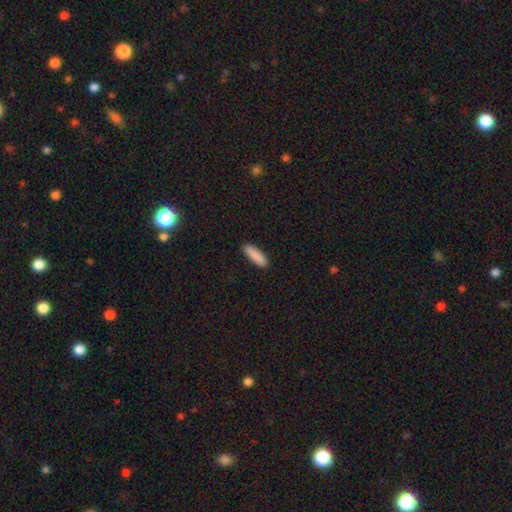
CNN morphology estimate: Overall: smooth (89%). How rounded: cigar-shaped (62%; in between 36%). Merging: none (90%).